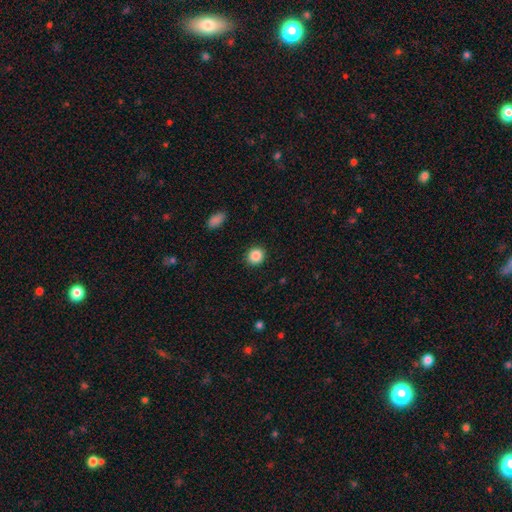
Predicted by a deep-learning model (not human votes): A smooth galaxy with no disk features (88%) that is round (85%).

Vote fractions:
- Smooth or featured? smooth: 88% / star or artifact: 9% / featured or disk: 3%
- How rounded? round: 85% / in between: 14% / cigar-shaped: 1%
- Merging? none: 90% / minor disturbance: 6% / major disturbance: 2% / merger: 1%